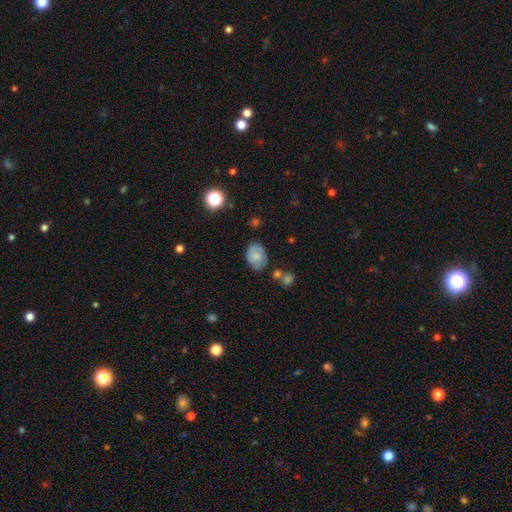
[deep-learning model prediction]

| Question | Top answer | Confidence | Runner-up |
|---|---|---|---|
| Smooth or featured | smooth | 69% | featured or disk (22%) |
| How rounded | in between | 67% | round (32%) |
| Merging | none | 64% | minor disturbance (24%) |